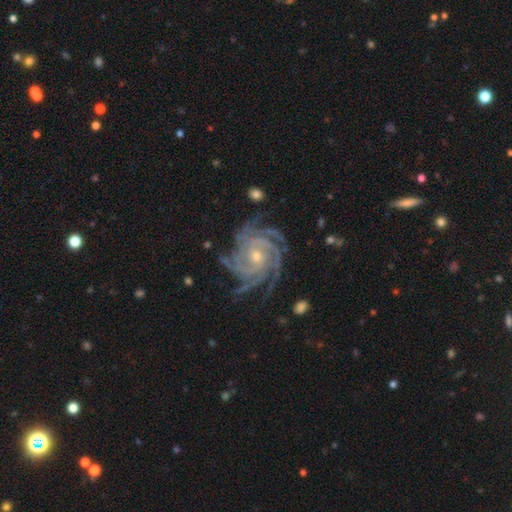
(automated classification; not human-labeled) Smooth or featured? featured or disk (92%)
Edge-on disk? no (98%)
Bar? no (65%)
Spiral arms? yes (99%)
Spiral winding? tight (78%)
Spiral arm count? 4 (36%)
Bulge size? small (60%)
Merging? none (79%)